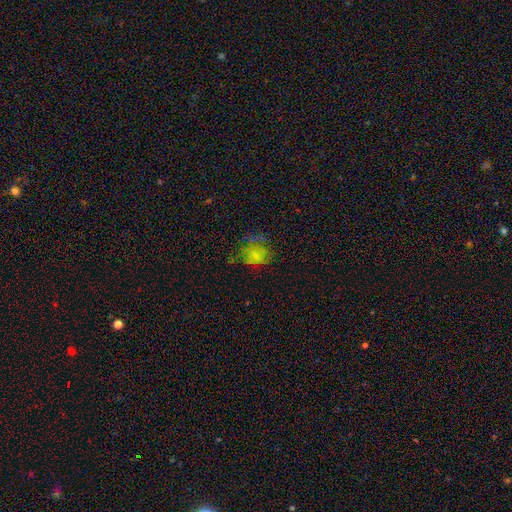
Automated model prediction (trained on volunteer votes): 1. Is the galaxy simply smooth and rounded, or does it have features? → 51% smooth, 25% star or artifact, 24% featured or disk.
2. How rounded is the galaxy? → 71% round, 27% in between, 1% cigar-shaped.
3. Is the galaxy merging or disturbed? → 56% none, 21% minor disturbance, 20% major disturbance, 2% merger.